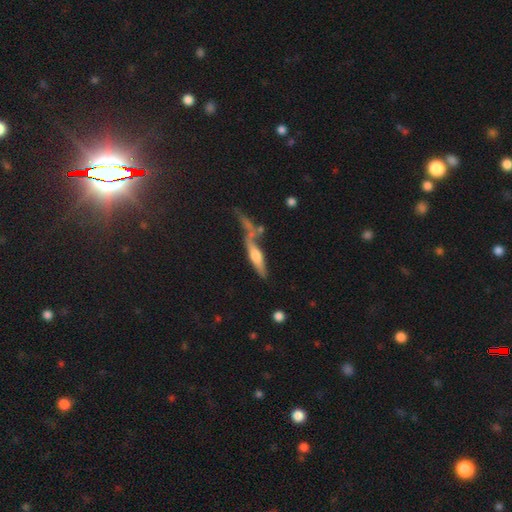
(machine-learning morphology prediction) A featured or disk galaxy (54%) viewed edge-on (88%). Merging: none (47%).